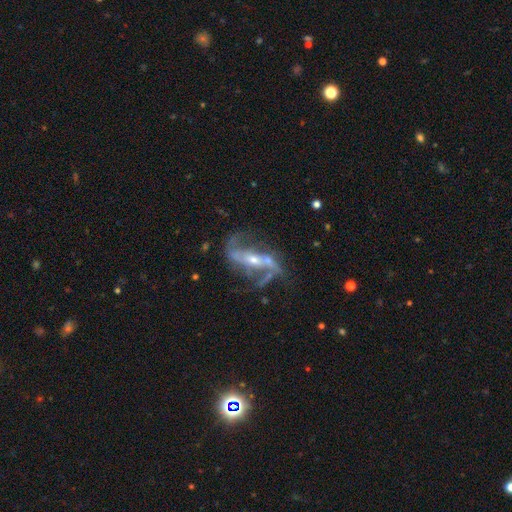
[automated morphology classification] Overall: featured or disk (88%). Edge-on disk: no (90%). Bar: strong (54%; weak 28%). Spiral arms: yes (95%). Spiral arm count: 2 (87%). Spiral winding: loose (59%; medium 30%). Bulge size: small (55%; moderate 40%). Merging: none (64%).